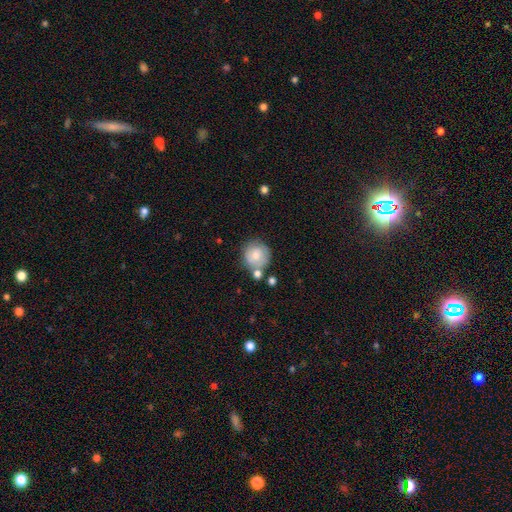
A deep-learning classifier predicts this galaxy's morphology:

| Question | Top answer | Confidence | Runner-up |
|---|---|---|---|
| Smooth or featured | smooth | 76% | featured or disk (16%) |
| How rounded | round | 91% | in between (8%) |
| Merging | none | 65% | minor disturbance (16%) |